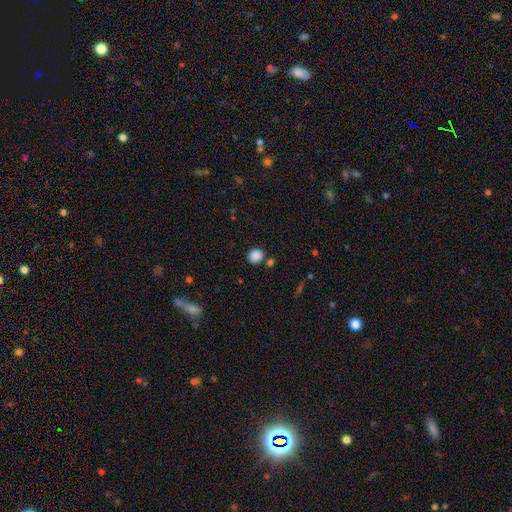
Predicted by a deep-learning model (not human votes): smooth_or_featured: smooth (p=0.86) [alt: star or artifact p=0.10]
how_rounded: round (p=0.85) [alt: in between p=0.14]
merging: none (p=0.81) [alt: minor disturbance p=0.09]